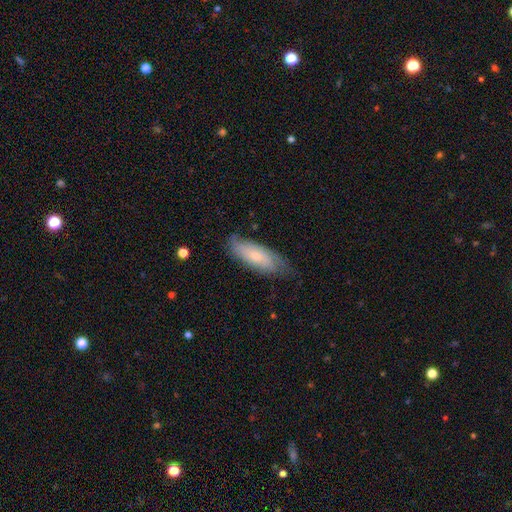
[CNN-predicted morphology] A smooth galaxy with no disk features (59%) that is in between round and cigar-shaped (63%). Merging: none (66%).